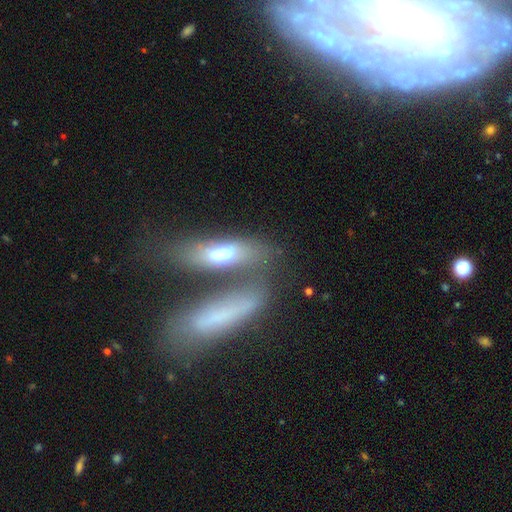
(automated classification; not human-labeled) This appears to be a smooth galaxy with no disk features (61%) that is cigar-shaped (50%). Merging: merger (43%).